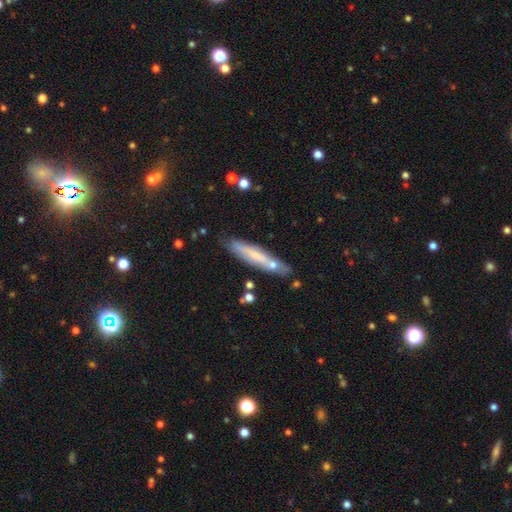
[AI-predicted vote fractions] Smooth or featured?
  - smooth: 57% *
  - featured or disk: 36%
  - star or artifact: 7%
How rounded?
  - cigar-shaped: 89% *
  - in between: 9%
  - round: 1%
Merging?
  - none: 72% *
  - minor disturbance: 17%
  - merger: 7%
  - major disturbance: 4%